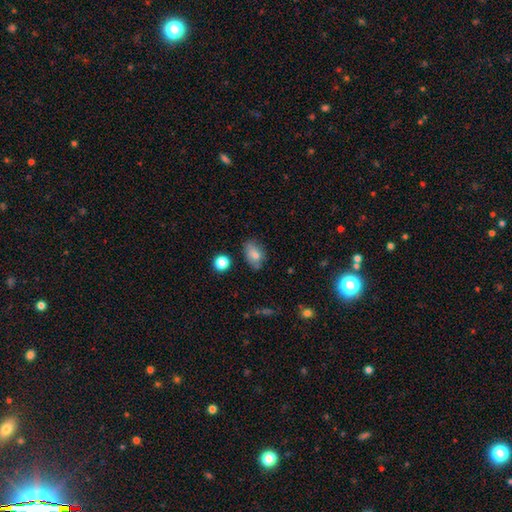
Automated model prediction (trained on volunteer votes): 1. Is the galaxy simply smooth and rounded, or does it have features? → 78% smooth, 13% featured or disk, 9% star or artifact.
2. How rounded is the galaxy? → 86% in between, 12% round, 2% cigar-shaped.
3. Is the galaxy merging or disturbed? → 70% none, 22% minor disturbance, 5% major disturbance, 3% merger.